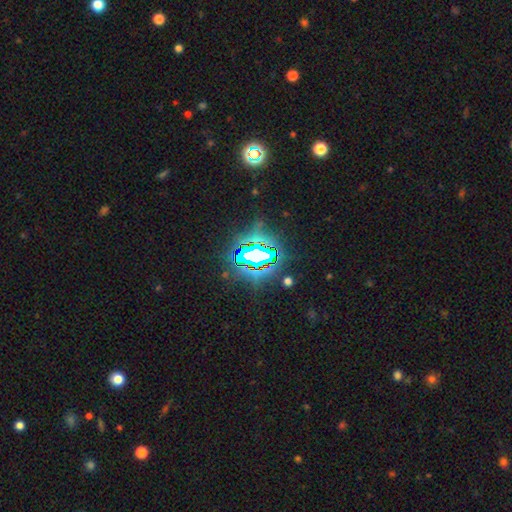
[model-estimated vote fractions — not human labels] Smooth or featured: star or artifact — 76% (smooth — 12%)